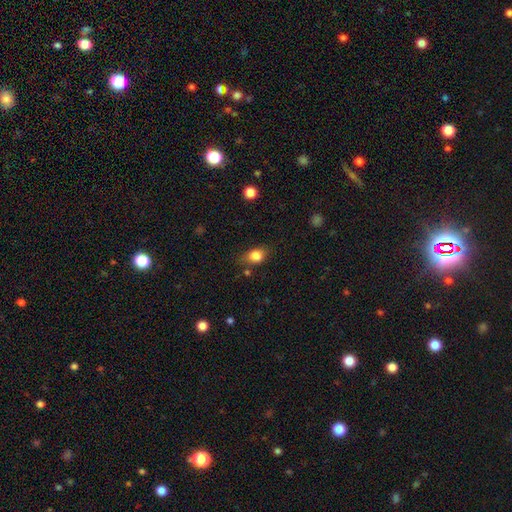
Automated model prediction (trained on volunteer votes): This appears to be a smooth galaxy with no disk features (82%) that is in between round and cigar-shaped (71%). Merging: none (66%).